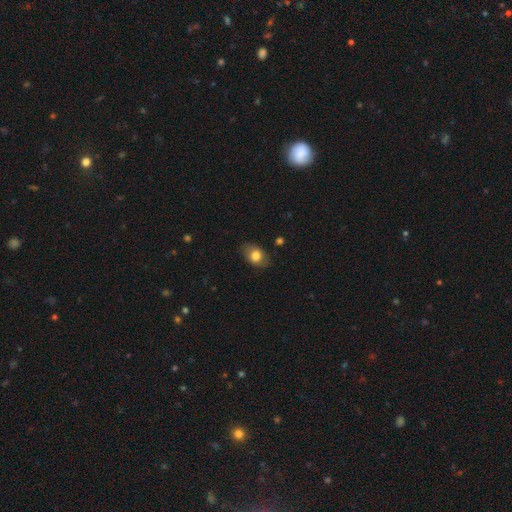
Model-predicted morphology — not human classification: A smooth galaxy with no disk features (79%) that is in between round and cigar-shaped (76%).

Vote fractions:
- Smooth or featured? smooth: 79% / featured or disk: 13% / star or artifact: 8%
- How rounded? in between: 76% / round: 23% / cigar-shaped: 1%
- Merging? none: 79% / minor disturbance: 16% / major disturbance: 4% / merger: 1%